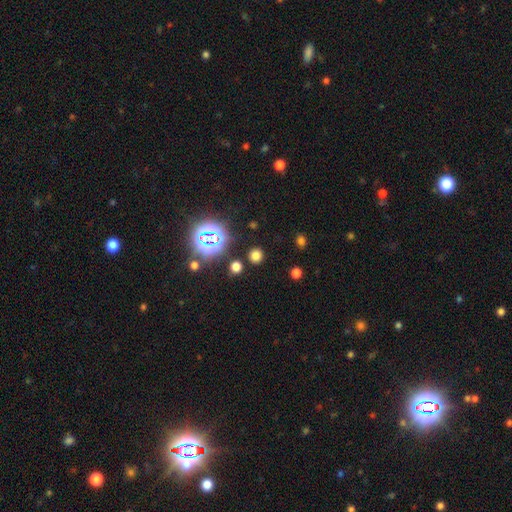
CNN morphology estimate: A smooth galaxy with no disk features (67%) that is round (86%). Merging: none (88%).